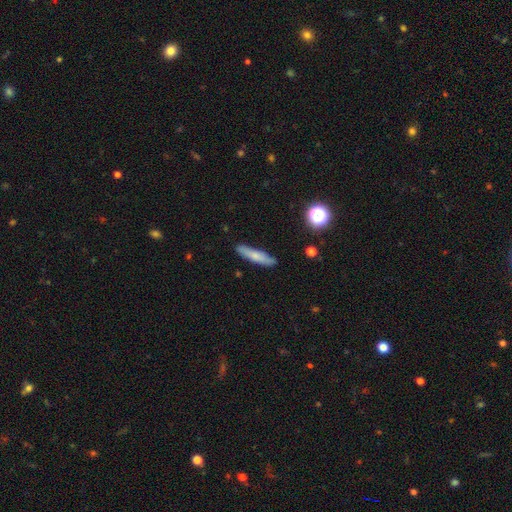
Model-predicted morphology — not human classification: Smooth or featured?
  - smooth: 68% *
  - featured or disk: 24%
  - star or artifact: 8%
How rounded?
  - cigar-shaped: 85% *
  - in between: 13%
  - round: 2%
Merging?
  - none: 84% *
  - minor disturbance: 12%
  - major disturbance: 2%
  - merger: 2%